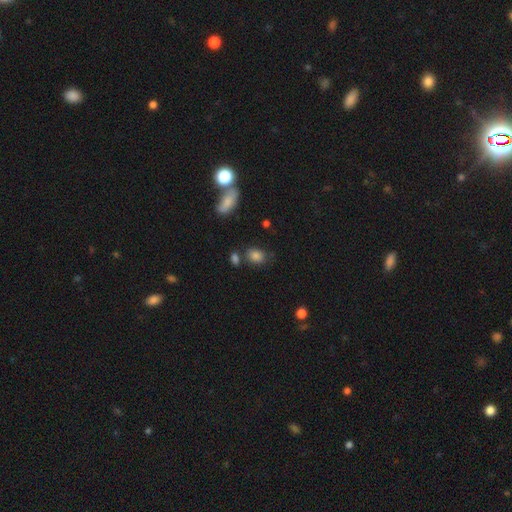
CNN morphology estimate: Smooth or featured? Predicted: smooth (p=0.82). How rounded? Predicted: in between (p=0.64). Merging? Predicted: none (p=0.68).